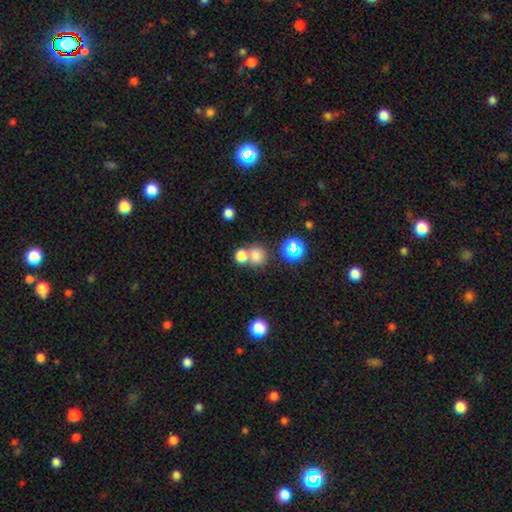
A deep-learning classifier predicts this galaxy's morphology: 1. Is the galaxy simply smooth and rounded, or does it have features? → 73% smooth, 19% star or artifact, 8% featured or disk.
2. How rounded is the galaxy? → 85% round, 14% in between, 1% cigar-shaped.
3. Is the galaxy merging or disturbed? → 57% none, 32% merger, 8% minor disturbance, 4% major disturbance.